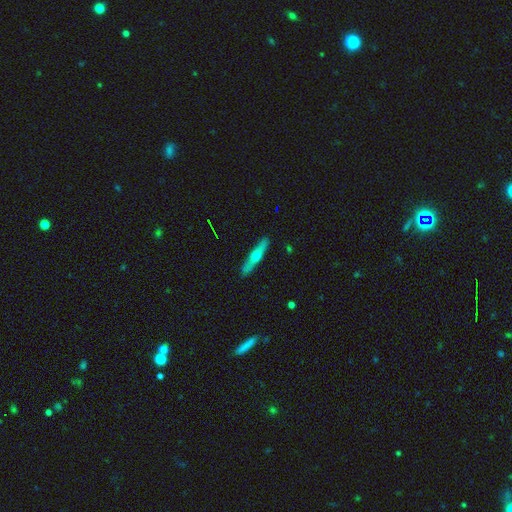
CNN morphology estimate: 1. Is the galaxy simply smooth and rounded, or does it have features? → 57% featured or disk, 37% smooth, 6% star or artifact.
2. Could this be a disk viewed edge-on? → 94% yes, 6% no.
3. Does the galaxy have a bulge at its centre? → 92% rounded, 6% none, 2% boxy.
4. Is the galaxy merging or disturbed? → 91% none, 7% minor disturbance, 1% major disturbance, 1% merger.